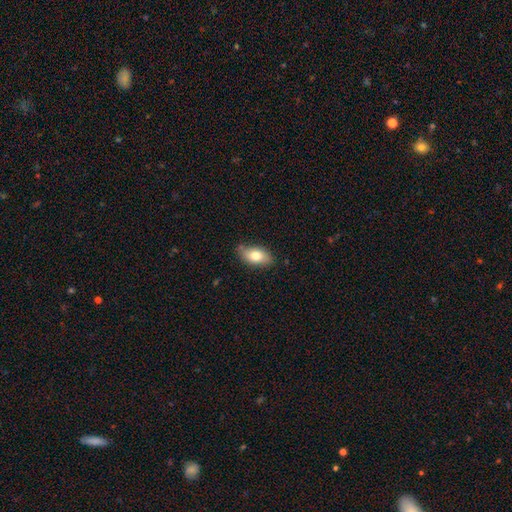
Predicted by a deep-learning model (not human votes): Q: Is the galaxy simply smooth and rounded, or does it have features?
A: smooth — 78%.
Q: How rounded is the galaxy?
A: in between — 91%.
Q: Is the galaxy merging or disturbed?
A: none — 79%.